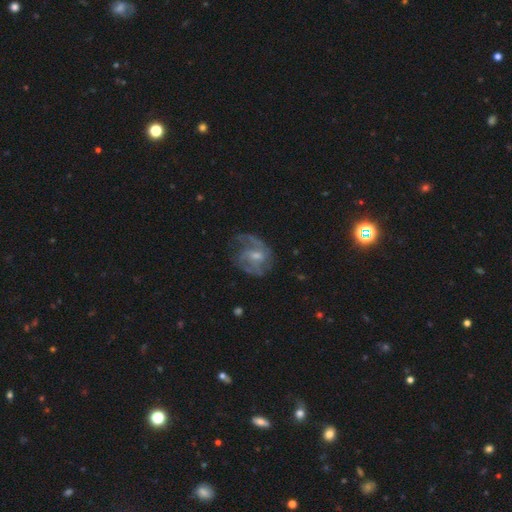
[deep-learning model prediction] Overall: featured or disk (78%). Edge-on disk: no (97%). Bar: weak (48%; no 39%). Spiral arms: yes (90%). Spiral arm count: 2 (43%; can't tell 23%). Spiral winding: medium (46%; tight 32%). Bulge size: small (49%; moderate 41%). Merging: none (60%; minor disturbance 21%).